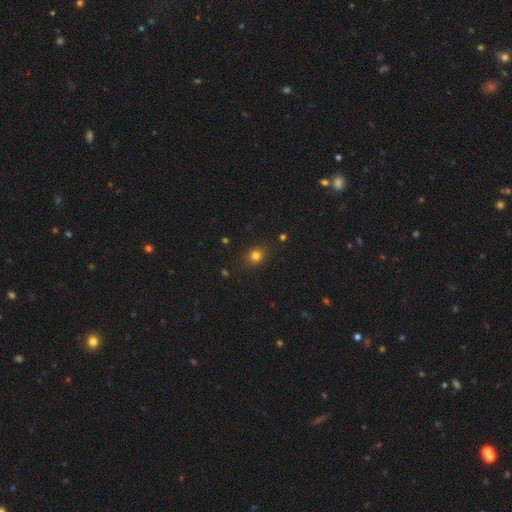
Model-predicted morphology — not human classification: type=smooth (79%); roundness=round (69%); merging=none (85%).